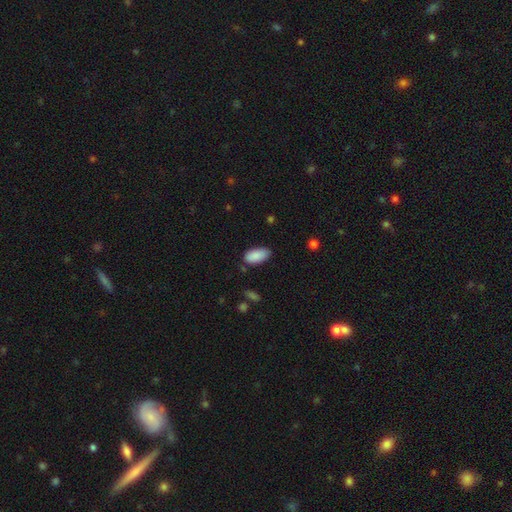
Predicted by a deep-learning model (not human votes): This is clearly a smooth galaxy (89%). How rounded: clearly in between (93%). Merging: likely none (76%).